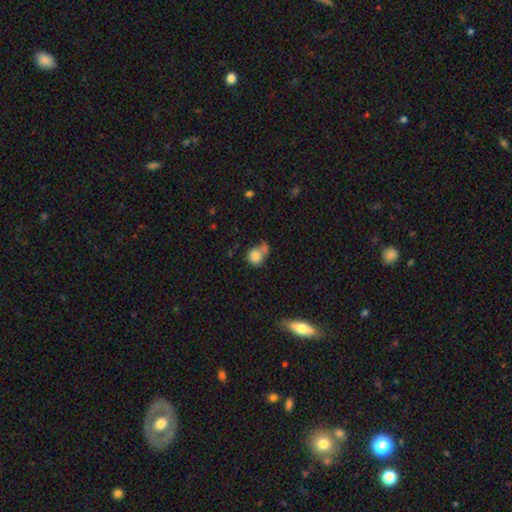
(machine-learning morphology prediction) Q: Smooth or featured?
A: smooth (82%); runner-up: star or artifact (9%)
Q: How rounded?
A: round (74%); runner-up: in between (25%)
Q: Merging?
A: merger (38%); tied with: none (38%)